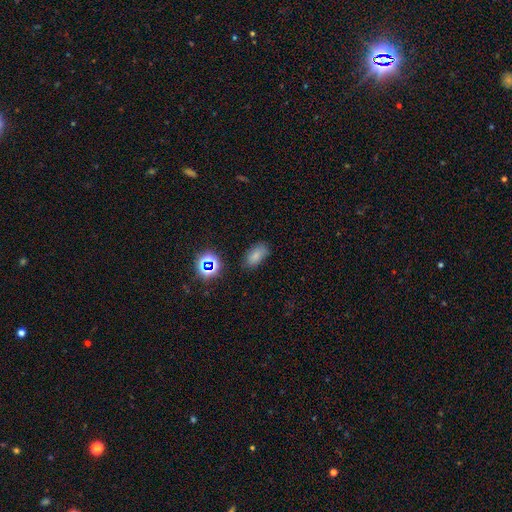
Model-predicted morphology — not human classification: type=smooth (73%); roundness=in between (90%); merging=none (76%).